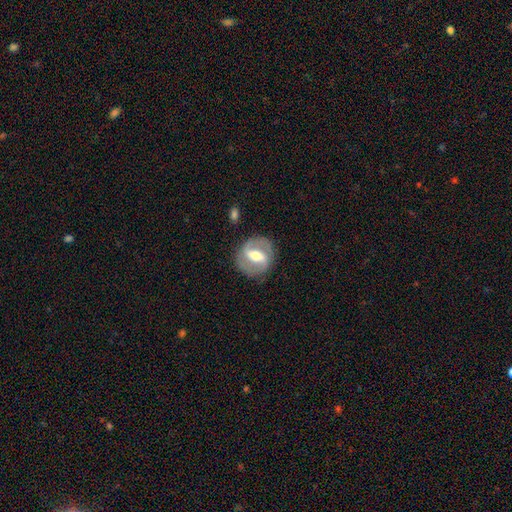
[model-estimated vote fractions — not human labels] This appears to be a featured or disk galaxy (76%) with a strong bar (56%), 2 (87%) medium (48%) spiral arms (80%) and a moderate central bulge (65%). Merging: none (83%).